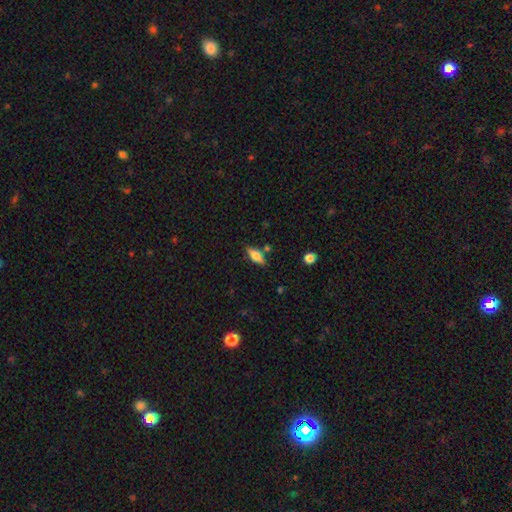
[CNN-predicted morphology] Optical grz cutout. It shows a smooth galaxy with no disk features (63%) that is in between round and cigar-shaped (73%). Merging: none (78%).